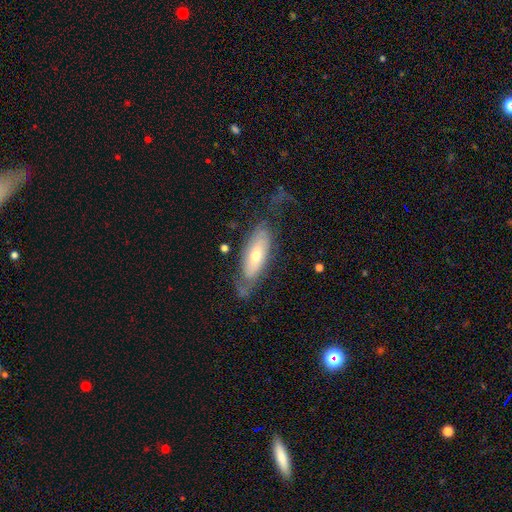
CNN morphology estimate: A smooth galaxy with no disk features (47%, tied with featured or disk).

Vote fractions:
- Smooth or featured? smooth: 47% (tied) / featured or disk: 47% (tied) / star or artifact: 7%
- Merging? none: 54% / minor disturbance: 26% / major disturbance: 17% / merger: 3%